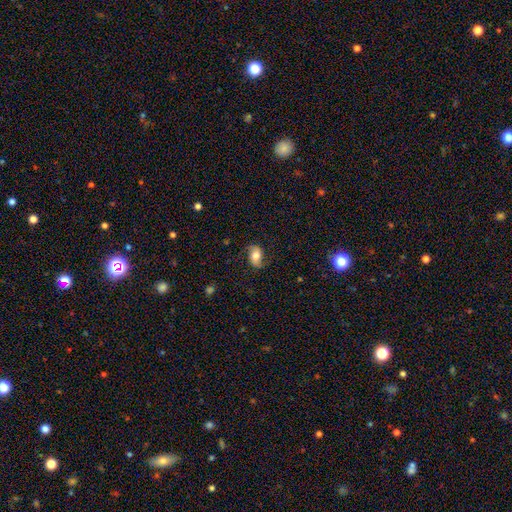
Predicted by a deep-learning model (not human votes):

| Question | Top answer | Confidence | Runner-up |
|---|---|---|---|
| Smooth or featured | featured or disk | 48% | smooth (43%) |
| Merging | none | 75% | minor disturbance (17%) |